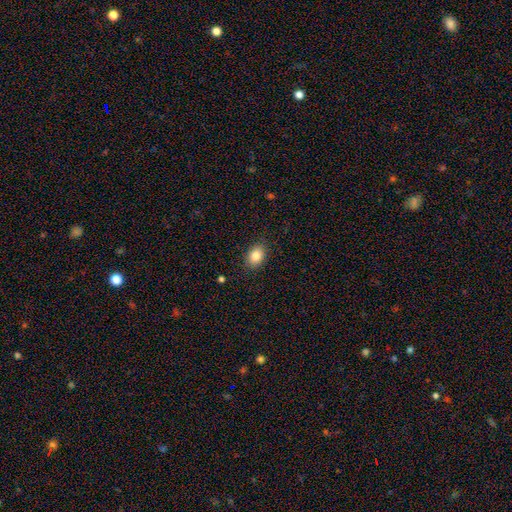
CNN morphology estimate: smooth-or-featured: smooth: 85% | star or artifact: 9% | featured or disk: 6%
  how-rounded: in between: 77% | round: 22% | cigar-shaped: 1%
  merging: none: 87% | minor disturbance: 10% | major disturbance: 3% | merger: 1%